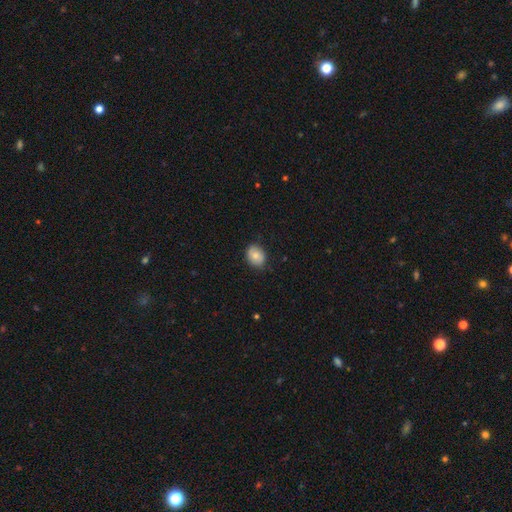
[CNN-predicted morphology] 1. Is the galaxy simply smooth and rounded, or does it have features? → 78% smooth, 14% featured or disk, 8% star or artifact.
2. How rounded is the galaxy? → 53% in between, 46% round, 1% cigar-shaped.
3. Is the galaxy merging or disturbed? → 82% none, 14% minor disturbance, 3% major disturbance, 1% merger.